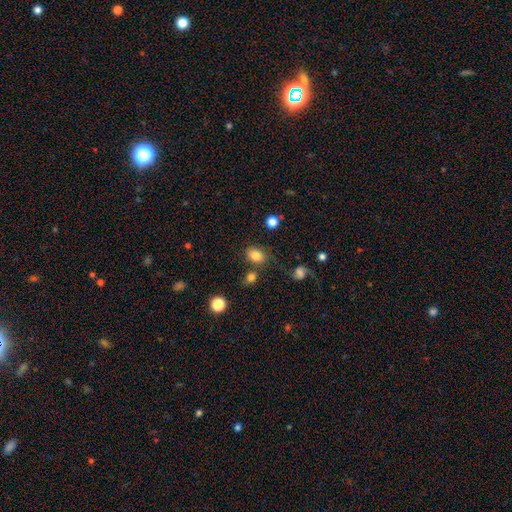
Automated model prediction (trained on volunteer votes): smooth 83%, star or artifact 11%, featured or disk 7%. Down the decision tree: how rounded — in between (70%); merging — none (74%).